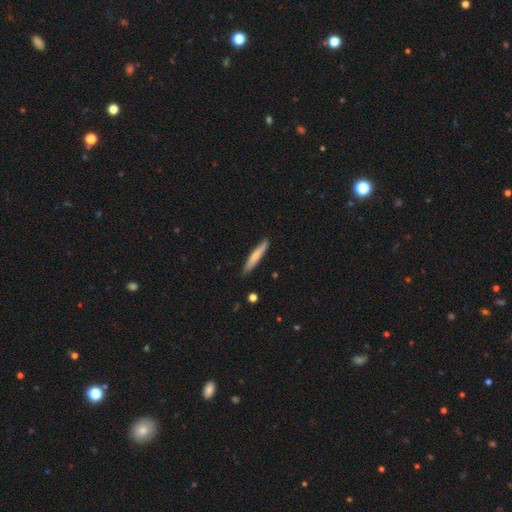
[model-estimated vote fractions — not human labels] This appears to be a smooth galaxy with no disk features (72%) that is cigar-shaped (93%). Merging: none (85%).